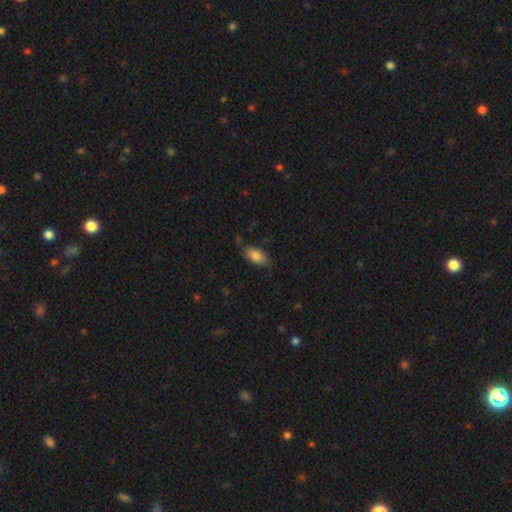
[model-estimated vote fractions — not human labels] Smooth or featured? Predicted: smooth (p=0.83). How rounded? Predicted: in between (p=0.90). Merging? Predicted: none (p=0.75).